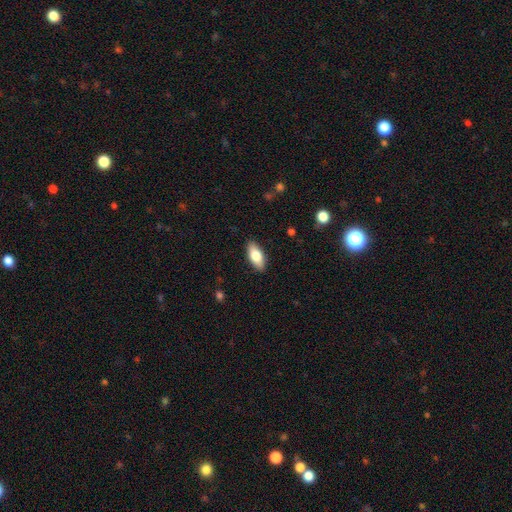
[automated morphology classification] This is likely a smooth galaxy (78%). How rounded: clearly in between (85%). Merging: clearly none (89%).